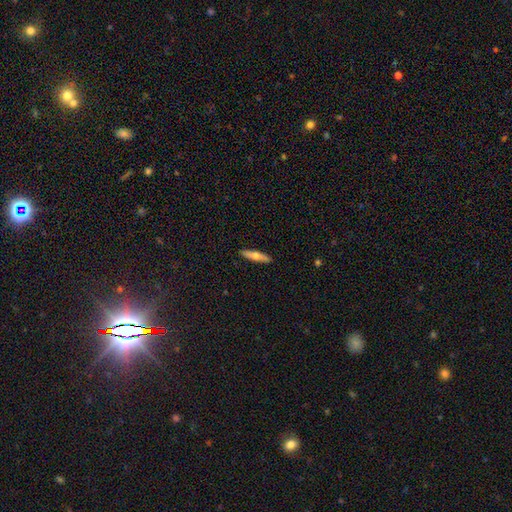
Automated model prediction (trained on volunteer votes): Morphology: type=smooth (57%); roundness=cigar-shaped (80%); merging=none (90%).